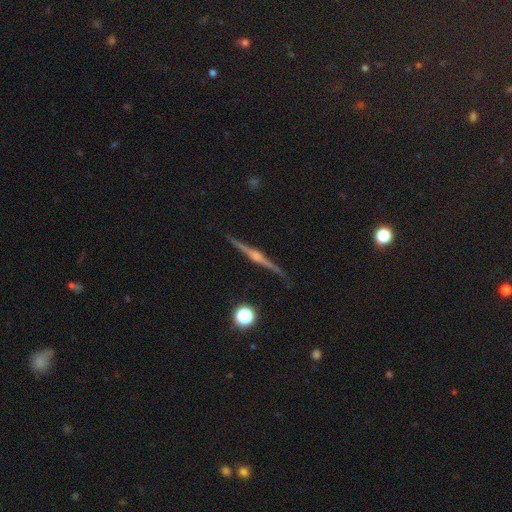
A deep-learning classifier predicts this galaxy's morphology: A featured or disk galaxy (86%) viewed edge-on (98%) with a rounded central bulge (87%).

Vote fractions:
- Smooth or featured? featured or disk: 86% / smooth: 8% / star or artifact: 6%
- Edge-on disk? yes: 98% / no: 2%
- Edge-on bulge? rounded: 87% / boxy: 8% / none: 5%
- Merging? none: 91% / minor disturbance: 6% / major disturbance: 1% / merger: 1%